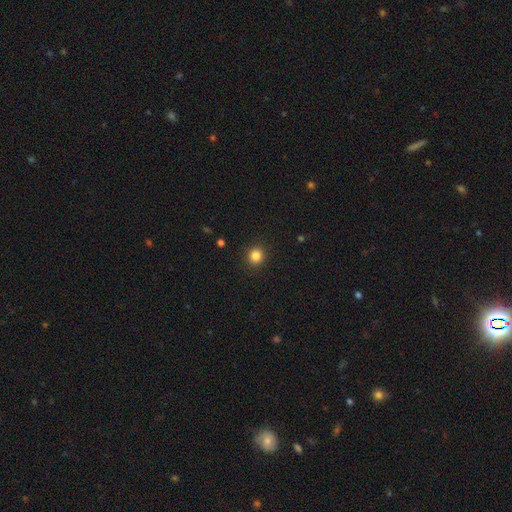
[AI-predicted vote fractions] smooth_or_featured: smooth (p=0.84) [alt: star or artifact p=0.12]
how_rounded: round (p=0.90) [alt: in between p=0.09]
merging: none (p=0.92) [alt: minor disturbance p=0.05]